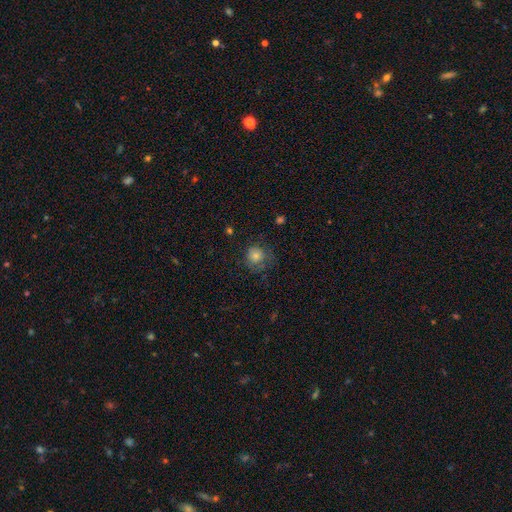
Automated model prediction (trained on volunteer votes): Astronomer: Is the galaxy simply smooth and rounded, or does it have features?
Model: smooth — 72%.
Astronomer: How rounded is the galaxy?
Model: round — 87%.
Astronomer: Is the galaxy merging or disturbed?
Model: none — 64%.